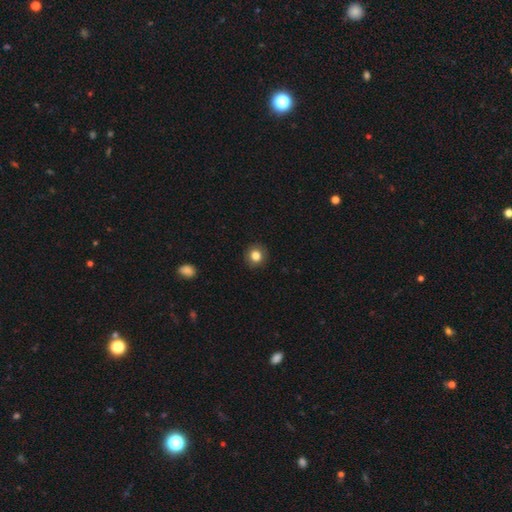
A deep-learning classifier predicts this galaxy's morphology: Smooth or featured: smooth — 83% (star or artifact — 10%)
How rounded: round — 90% (in between — 9%)
Merging: none — 92% (minor disturbance — 6%)